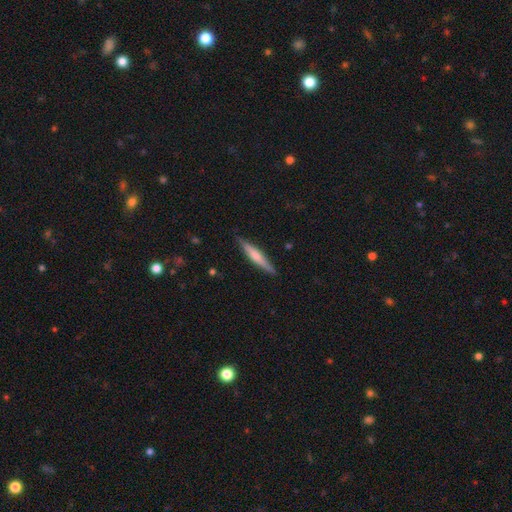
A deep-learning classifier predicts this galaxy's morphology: smooth-or-featured: smooth: 49% | featured or disk: 46% | star or artifact: 6%
  merging: none: 88% | minor disturbance: 9% | major disturbance: 2% | merger: 1%